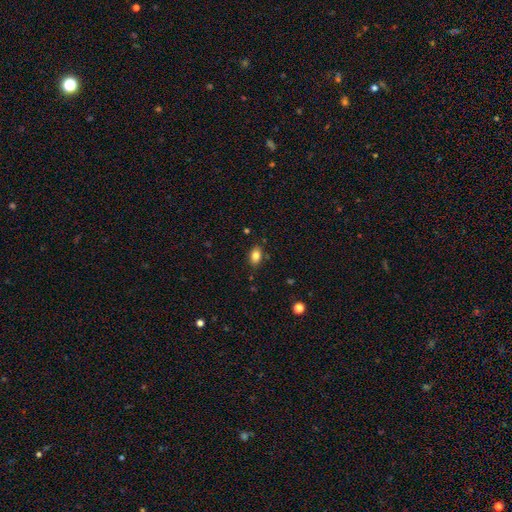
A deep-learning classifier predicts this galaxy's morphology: Smooth or featured: smooth — 83% (star or artifact — 9%)
How rounded: in between — 86% (round — 13%)
Merging: none — 84% (minor disturbance — 11%)